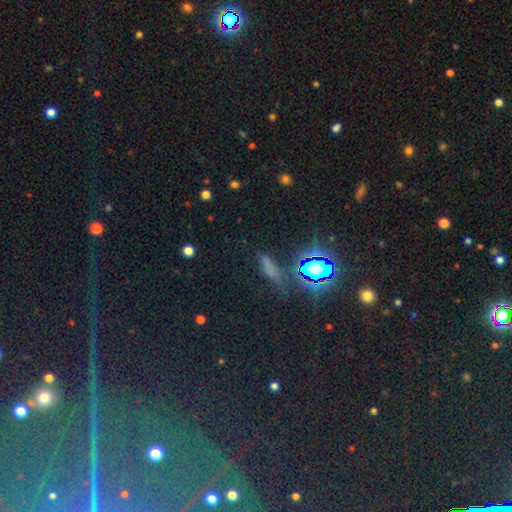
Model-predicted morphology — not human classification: A star or artifact, not a galaxy (72%).

Vote fractions:
- Smooth or featured? star or artifact: 72% / smooth: 18% / featured or disk: 10%